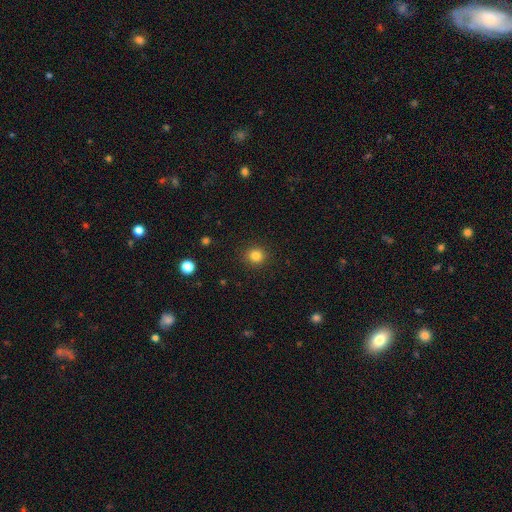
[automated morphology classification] A smooth galaxy with no disk features (83%) that is round (90%).

Vote fractions:
- Smooth or featured? smooth: 83% / star or artifact: 12% / featured or disk: 5%
- How rounded? round: 90% / in between: 9% / cigar-shaped: 1%
- Merging? none: 91% / minor disturbance: 6% / major disturbance: 2% / merger: 1%